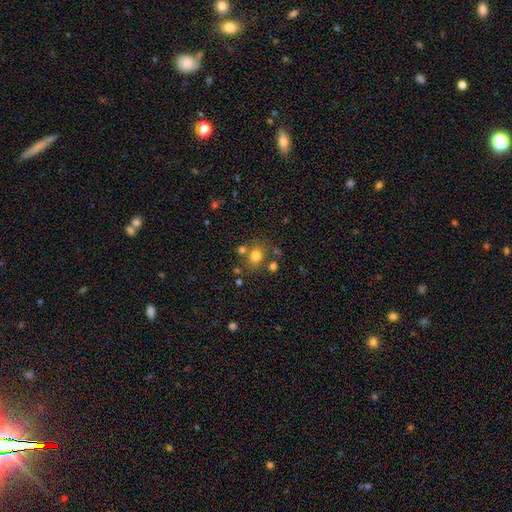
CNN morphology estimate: Overall: smooth (76%). How rounded: round (61%; in between 38%). Merging: none (68%).